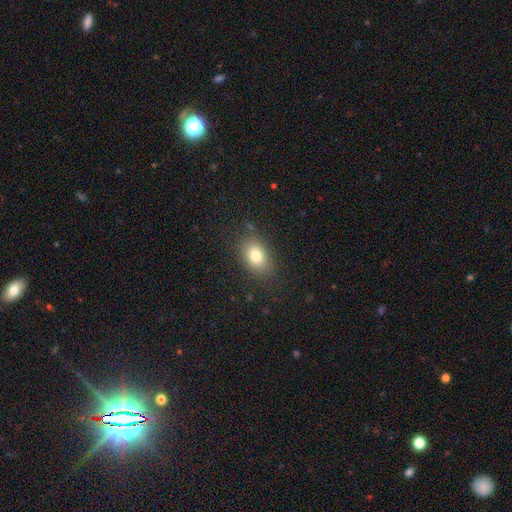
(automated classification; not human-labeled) A smooth galaxy with no disk features (79%) that is in between round and cigar-shaped (76%). Merging: none (82%).